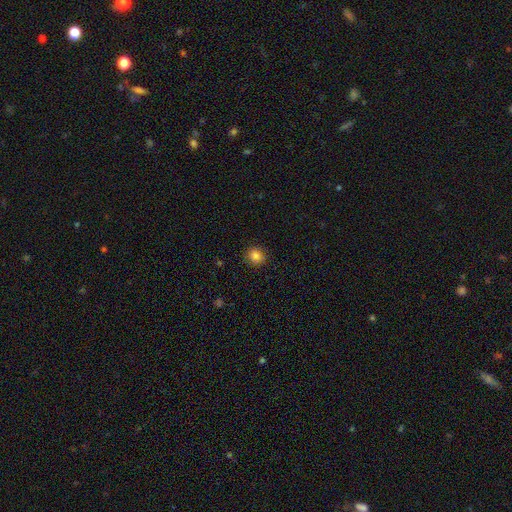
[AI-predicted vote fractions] Smooth or featured? smooth (84%)
How rounded? round (86%)
Merging? none (90%)